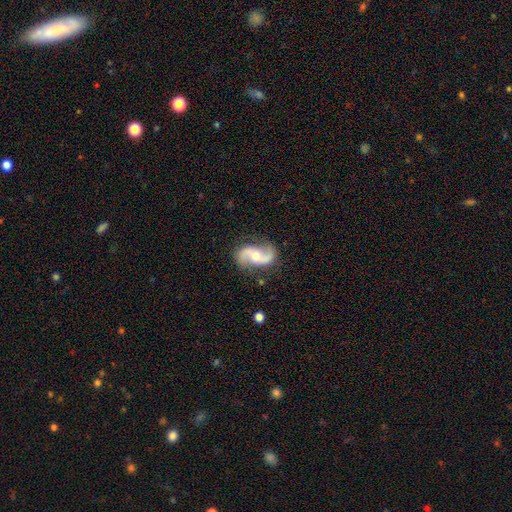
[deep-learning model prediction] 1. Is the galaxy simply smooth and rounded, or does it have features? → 87% featured or disk, 8% smooth, 5% star or artifact.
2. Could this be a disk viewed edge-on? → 97% no, 3% yes.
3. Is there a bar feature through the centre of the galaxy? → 55% no, 31% weak, 14% strong.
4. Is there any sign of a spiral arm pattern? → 96% yes, 4% no.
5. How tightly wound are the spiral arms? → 57% loose, 33% medium, 10% tight.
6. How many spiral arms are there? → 93% 2, 2% can't tell, 2% 1, 1% 3, 1% 4, 1% more than 4.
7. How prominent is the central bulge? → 64% moderate, 31% small, 3% large, 1% none, 1% dominant.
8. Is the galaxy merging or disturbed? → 82% none, 13% minor disturbance, 4% major disturbance, 2% merger.